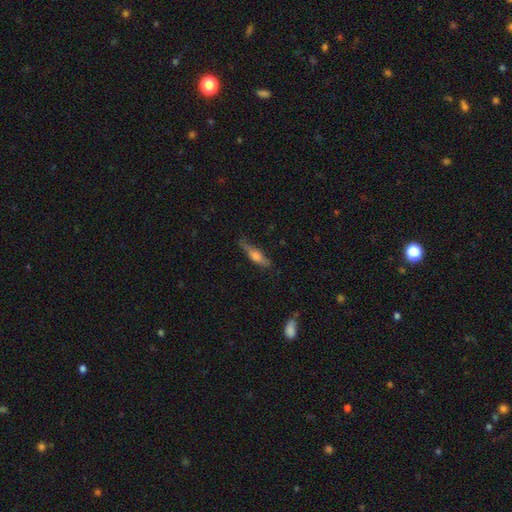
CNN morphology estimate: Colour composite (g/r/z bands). It shows a smooth galaxy with no disk features (48%). Merging: none (70%).